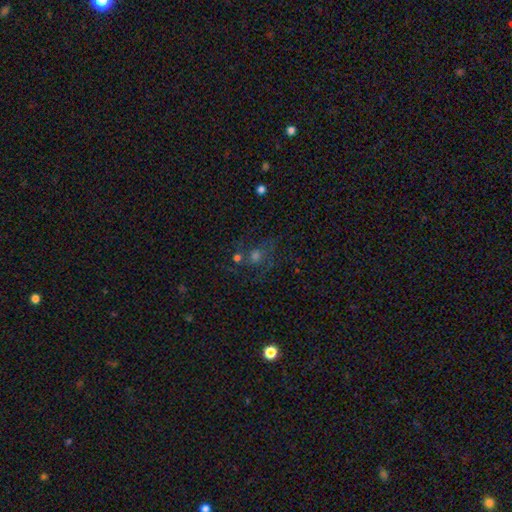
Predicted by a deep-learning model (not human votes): The model was most divided on "smooth or featured": star or artifact: 46%, smooth: 32%, featured or disk: 22%.